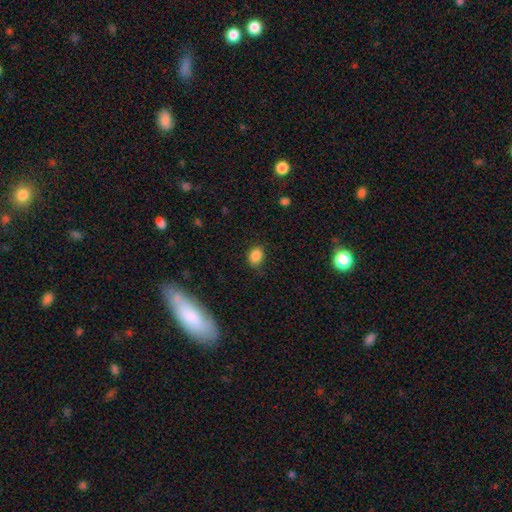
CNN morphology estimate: The model was most divided on "how rounded": in between: 61%, round: 38%, cigar-shaped: 1%. More confident: smooth or featured — smooth (86%); merging — none (80%).